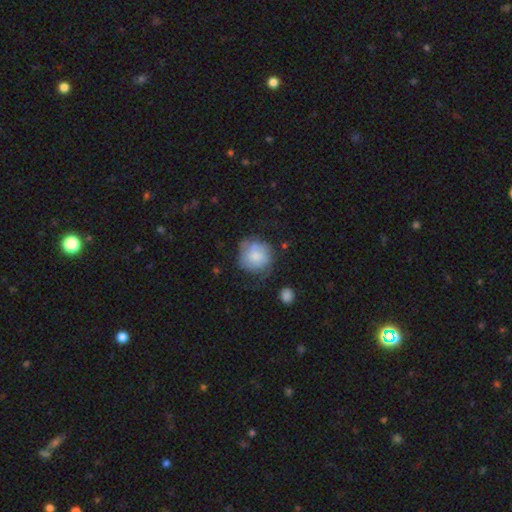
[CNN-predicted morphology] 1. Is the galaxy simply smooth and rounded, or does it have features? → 58% smooth, 34% featured or disk, 7% star or artifact.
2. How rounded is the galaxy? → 87% round, 12% in between, 1% cigar-shaped.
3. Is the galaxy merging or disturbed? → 50% none, 28% minor disturbance, 17% major disturbance, 5% merger.